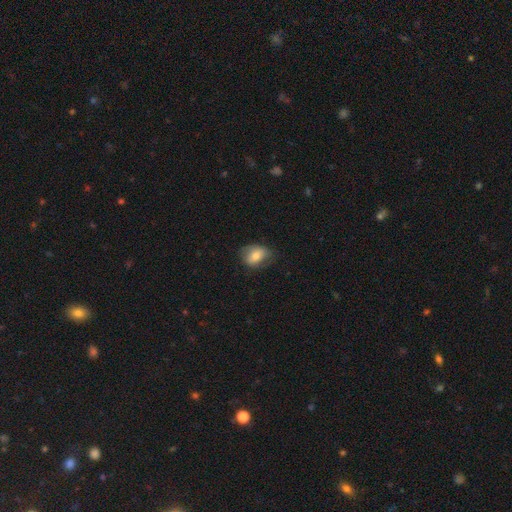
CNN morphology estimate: smooth 70%, featured or disk 22%, star or artifact 8%. Down the decision tree: how rounded — in between (65%); merging — none (67%).